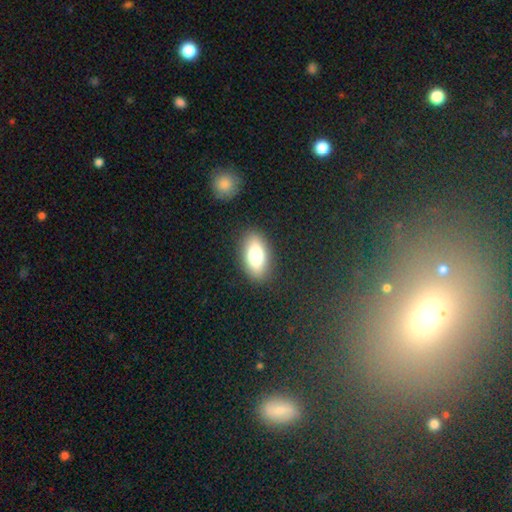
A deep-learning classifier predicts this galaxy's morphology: A smooth galaxy with no disk features (73%) that is in between round and cigar-shaped (87%). Merging: none (87%).